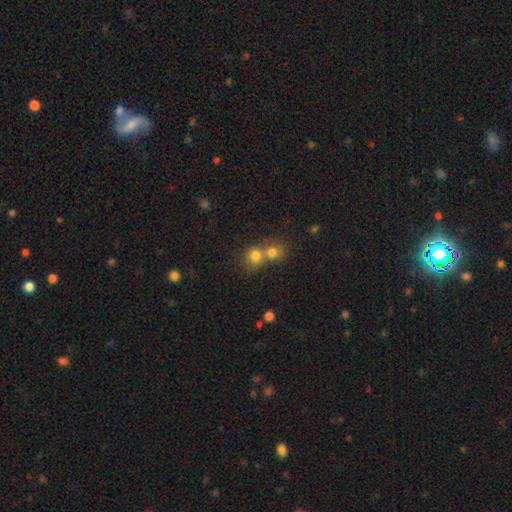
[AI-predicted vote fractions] smooth-or-featured: smooth: 77% | star or artifact: 13% | featured or disk: 11%
  how-rounded: round: 80% | in between: 19% | cigar-shaped: 1%
  merging: merger: 58% | none: 33% | minor disturbance: 6% | major disturbance: 3%